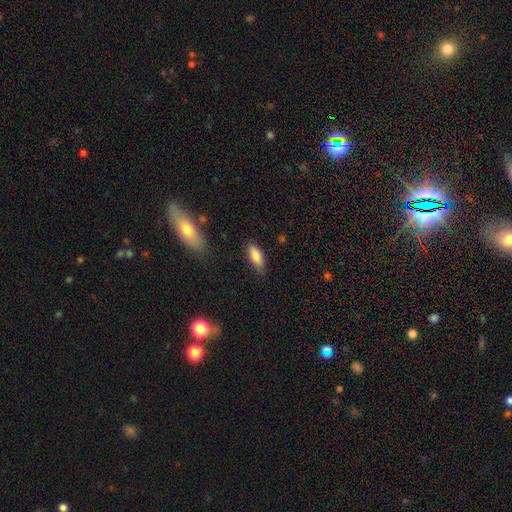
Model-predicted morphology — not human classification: Smooth or featured? smooth (84%)
How rounded? in between (74%)
Merging? none (73%)